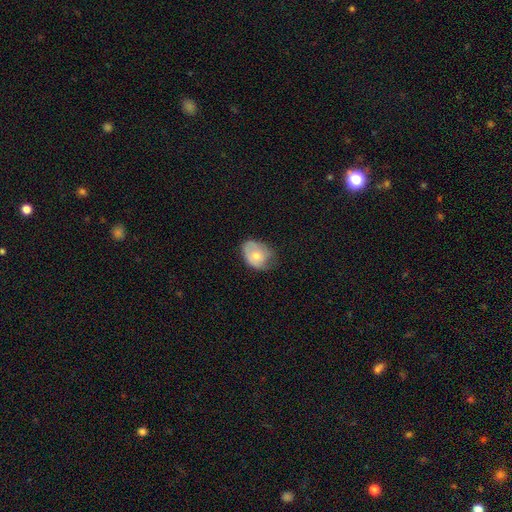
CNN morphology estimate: Smooth or featured?
  - smooth: 64% *
  - featured or disk: 29%
  - star or artifact: 7%
How rounded?
  - in between: 66% *
  - round: 33%
  - cigar-shaped: 1%
Merging?
  - none: 46% *
  - minor disturbance: 39%
  - major disturbance: 14%
  - merger: 1%